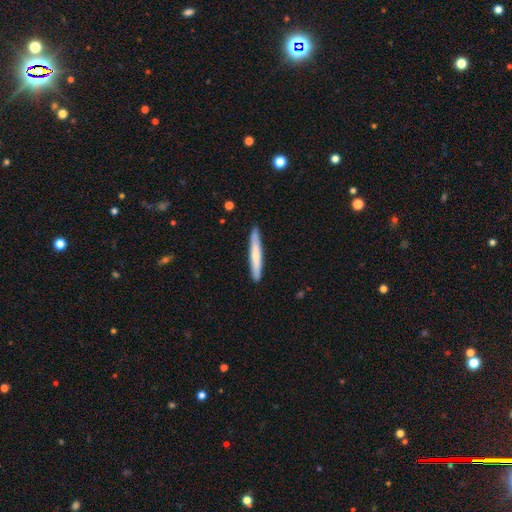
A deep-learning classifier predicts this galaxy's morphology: smooth_or_featured: smooth (p=0.64) [alt: featured or disk p=0.31]
how_rounded: cigar-shaped (p=0.96) [alt: in between p=0.03]
merging: none (p=0.89) [alt: minor disturbance p=0.08]